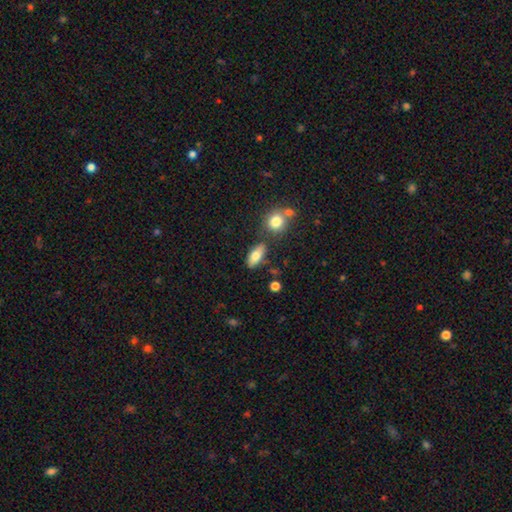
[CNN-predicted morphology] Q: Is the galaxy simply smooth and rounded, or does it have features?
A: smooth — 77%.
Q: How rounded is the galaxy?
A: in between — 82%.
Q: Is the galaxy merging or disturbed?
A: none — 77%.